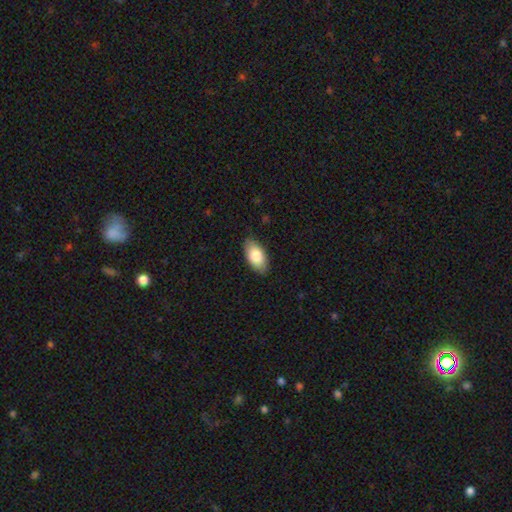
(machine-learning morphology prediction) Smooth or featured? Predicted: smooth (p=0.83). How rounded? Predicted: in between (p=0.94). Merging? Predicted: none (p=0.86).